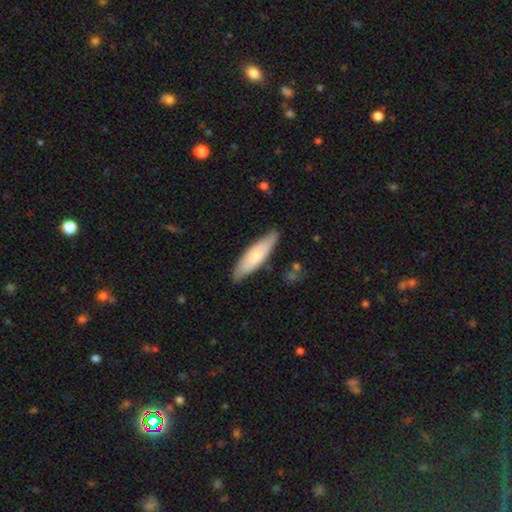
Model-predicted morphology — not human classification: Smooth or featured? Predicted: smooth (p=0.64). How rounded? Predicted: cigar-shaped (p=0.65). Merging? Predicted: none (p=0.82).